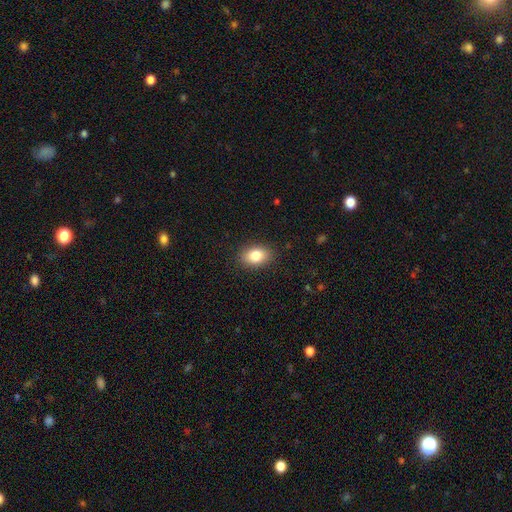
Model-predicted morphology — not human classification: Smooth or featured? smooth (84%)
How rounded? in between (83%)
Merging? none (87%)